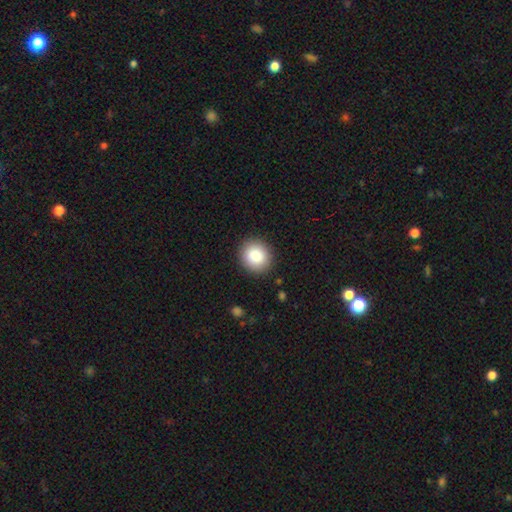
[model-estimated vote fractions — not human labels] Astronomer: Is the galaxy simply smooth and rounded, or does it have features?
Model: smooth — 86%.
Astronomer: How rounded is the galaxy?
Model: round — 83%.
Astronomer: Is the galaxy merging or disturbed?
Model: none — 90%.